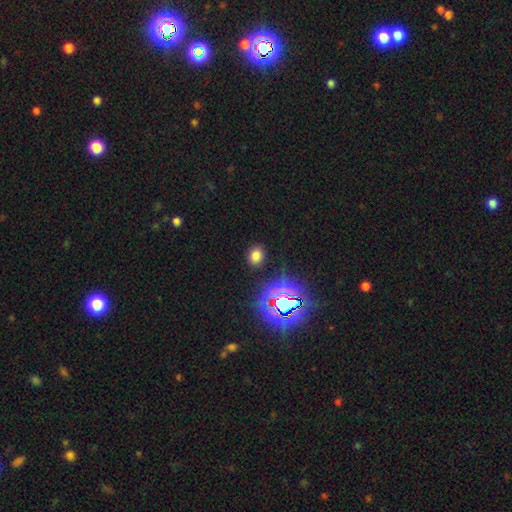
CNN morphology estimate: Smooth or featured: smooth — 69% (star or artifact — 25%)
How rounded: round — 56% (in between — 43%)
Merging: none — 87% (minor disturbance — 8%)